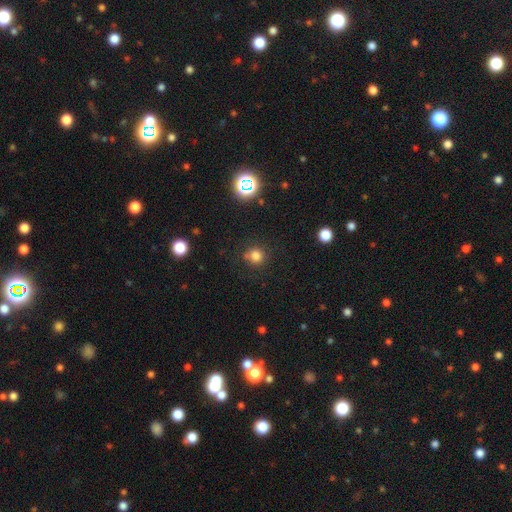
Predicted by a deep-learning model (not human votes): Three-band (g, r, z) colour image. It shows a smooth galaxy with no disk features (76%) that is round (89%). Merging: none (77%).